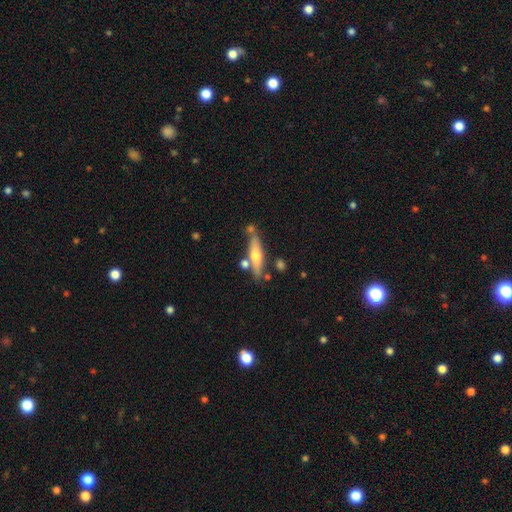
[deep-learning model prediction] Smooth or featured? Predicted: featured or disk (p=0.51). Edge-on disk? Predicted: yes (p=0.88). Merging? Predicted: none (p=0.70).